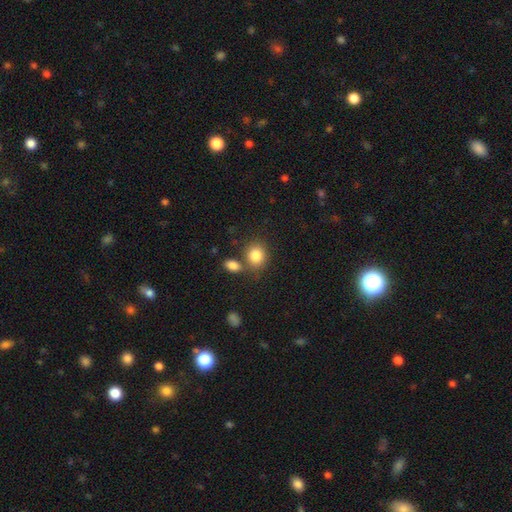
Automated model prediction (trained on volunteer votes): A smooth galaxy with no disk features (84%) that is round (67%). Merging: none (63%).